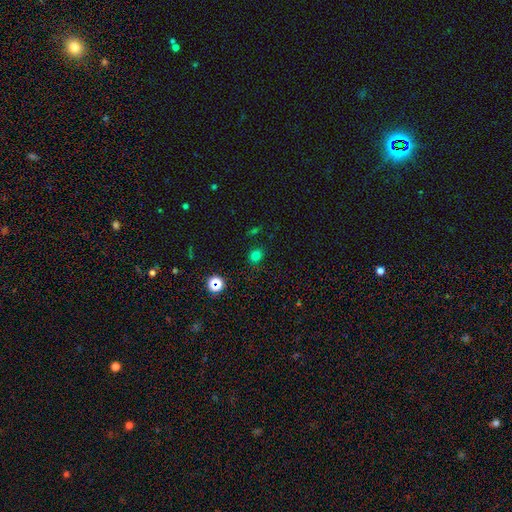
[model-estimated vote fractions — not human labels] This is likely a smooth galaxy (74%). How rounded: likely round (71%). Merging: clearly none (83%).